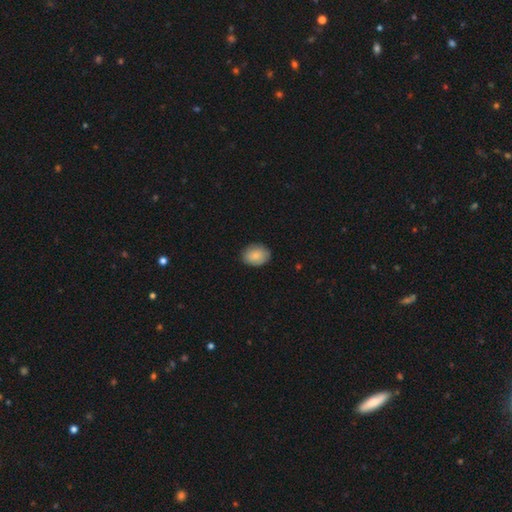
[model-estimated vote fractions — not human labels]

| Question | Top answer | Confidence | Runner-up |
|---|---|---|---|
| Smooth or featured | smooth | 82% | featured or disk (11%) |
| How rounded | in between | 61% | round (38%) |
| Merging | none | 83% | minor disturbance (13%) |